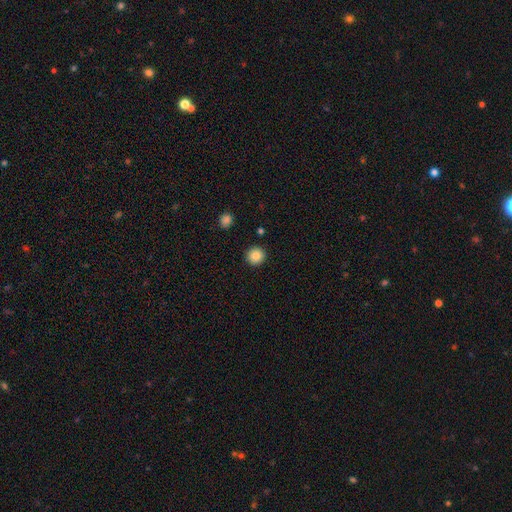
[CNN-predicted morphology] A smooth galaxy with no disk features (87%) that is round (95%). Merging: none (92%).